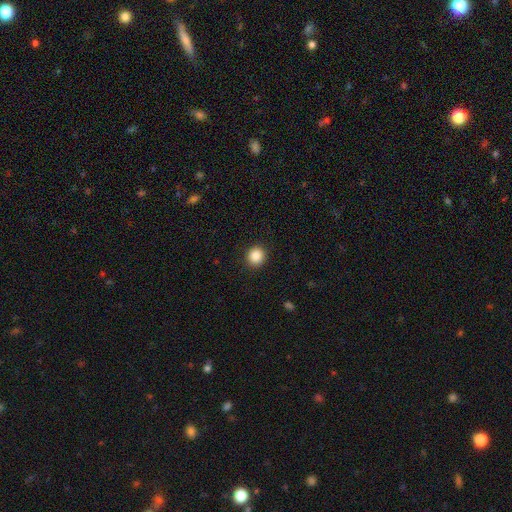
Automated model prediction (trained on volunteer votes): This appears to be a smooth galaxy with no disk features (87%) that is round (89%). Merging: none (91%).